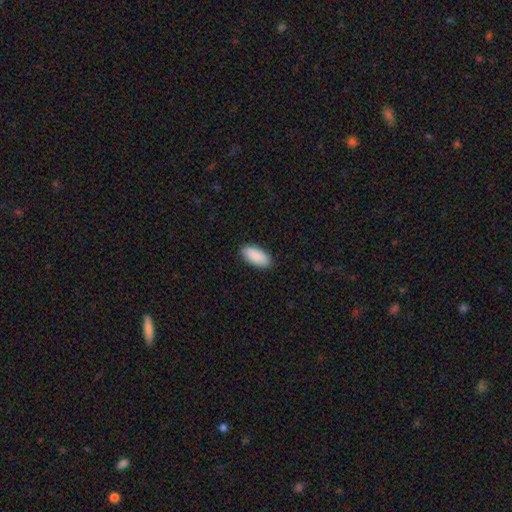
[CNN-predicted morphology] This appears to be a smooth galaxy with no disk features (91%) that is in between round and cigar-shaped (90%). Merging: none (90%).